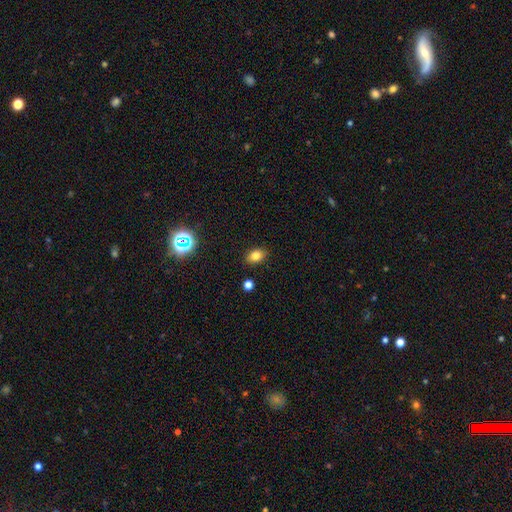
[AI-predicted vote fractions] Smooth or featured? smooth (80%)
How rounded? in between (79%)
Merging? none (87%)